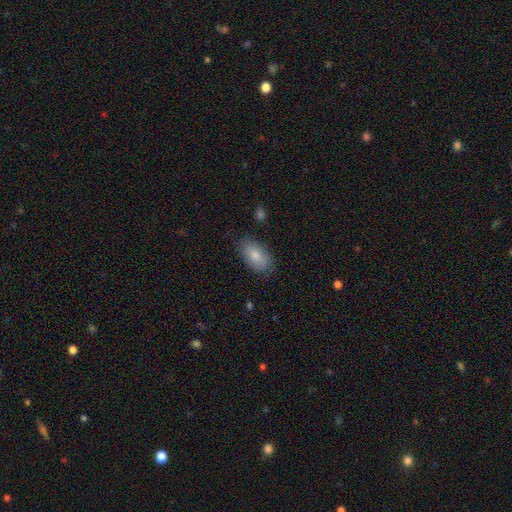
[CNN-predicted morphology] smooth_or_featured: smooth (p=0.84) [alt: featured or disk p=0.09]
how_rounded: in between (p=0.93) [alt: round p=0.04]
merging: none (p=0.82) [alt: minor disturbance p=0.13]